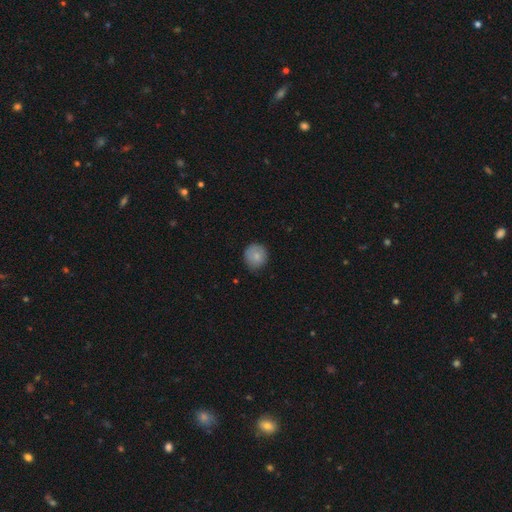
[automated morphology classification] This is clearly a smooth galaxy (81%). How rounded: clearly round (88%). Merging: likely none (75%).